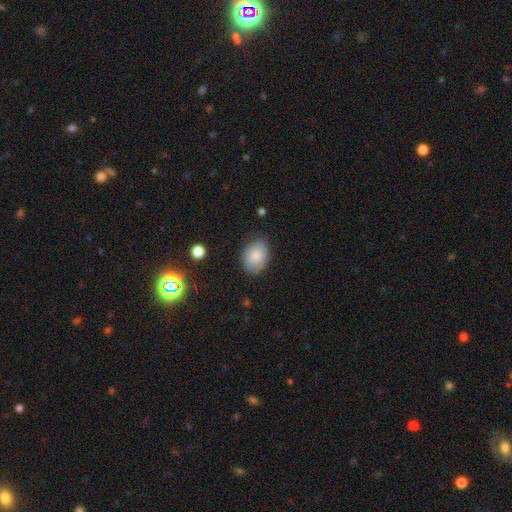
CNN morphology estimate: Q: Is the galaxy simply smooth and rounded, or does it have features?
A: smooth — 81%.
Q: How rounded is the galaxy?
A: in between — 77%.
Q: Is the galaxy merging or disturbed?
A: none — 76%.